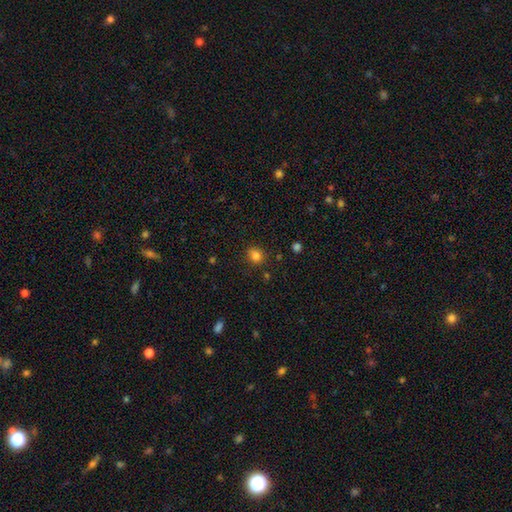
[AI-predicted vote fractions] Smooth or featured? Predicted: smooth (p=0.82). How rounded? Predicted: round (p=0.73). Merging? Predicted: none (p=0.84).